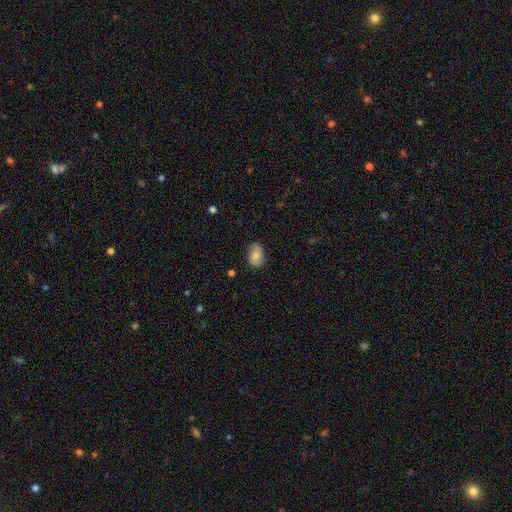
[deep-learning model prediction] Smooth or featured? smooth (56%)
How rounded? in between (73%)
Merging? none (71%)